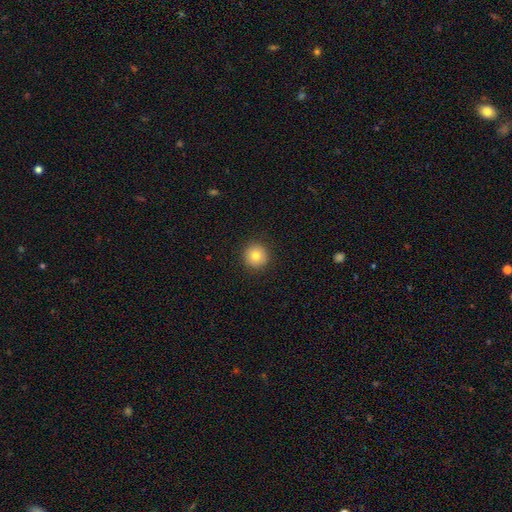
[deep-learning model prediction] Smooth or featured?
  - smooth: 80% *
  - star or artifact: 10%
  - featured or disk: 10%
How rounded?
  - round: 95% *
  - in between: 4%
  - cigar-shaped: 1%
Merging?
  - none: 92% *
  - minor disturbance: 5%
  - major disturbance: 2%
  - merger: 1%